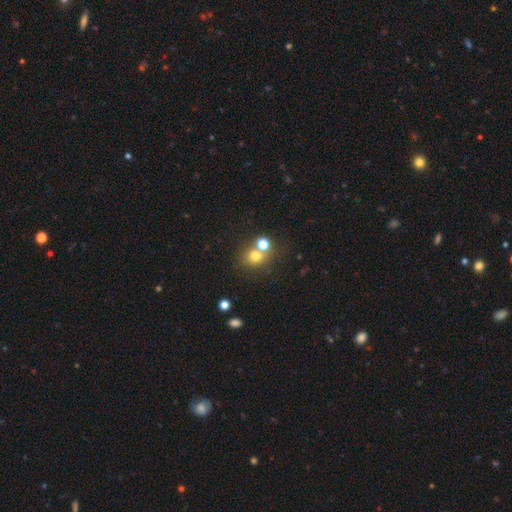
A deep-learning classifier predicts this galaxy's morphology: Smooth or featured? Predicted: smooth (p=0.72). How rounded? Predicted: round (p=0.74). Merging? Predicted: none (p=0.53).